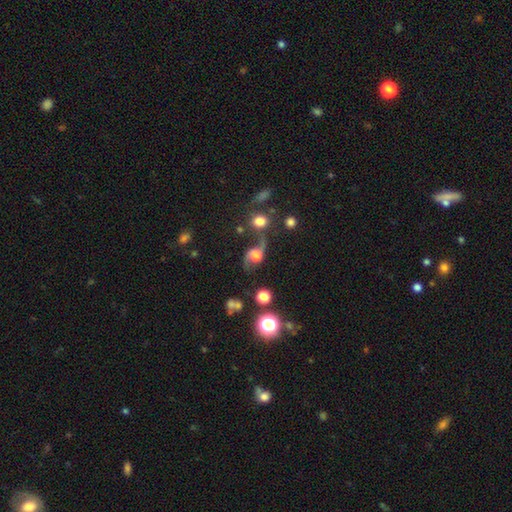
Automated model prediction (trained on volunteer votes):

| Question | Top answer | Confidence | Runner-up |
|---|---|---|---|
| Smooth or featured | featured or disk | 66% | smooth (23%) |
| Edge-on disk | no | 96% | yes (4%) |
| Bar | no | 69% | weak (24%) |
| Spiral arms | yes | 90% | no (10%) |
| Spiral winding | loose | 83% | medium (14%) |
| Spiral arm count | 2 | 89% | 1 (6%) |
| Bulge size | large | 41% | tied: moderate (41%) |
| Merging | none | 51% | minor disturbance (18%) |